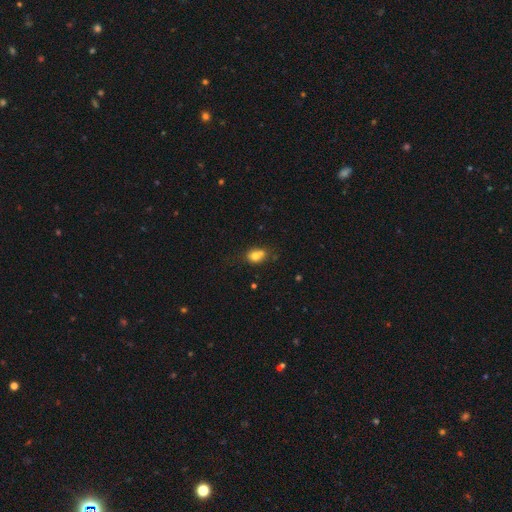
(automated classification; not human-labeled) The model was most divided on "merging": merger: 41%, none: 39%, minor disturbance: 14%, major disturbance: 6%. More confident: smooth or featured — smooth (74%); how rounded — round (57%).